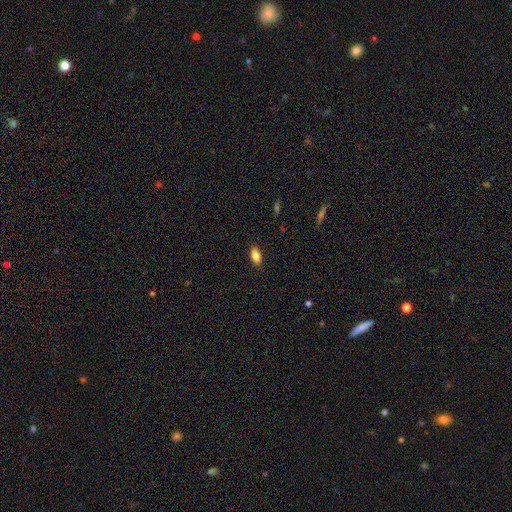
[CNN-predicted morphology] smooth_or_featured: smooth (p=0.84) [alt: star or artifact p=0.08]
how_rounded: in between (p=0.90) [alt: cigar-shaped p=0.05]
merging: none (p=0.88) [alt: minor disturbance p=0.09]